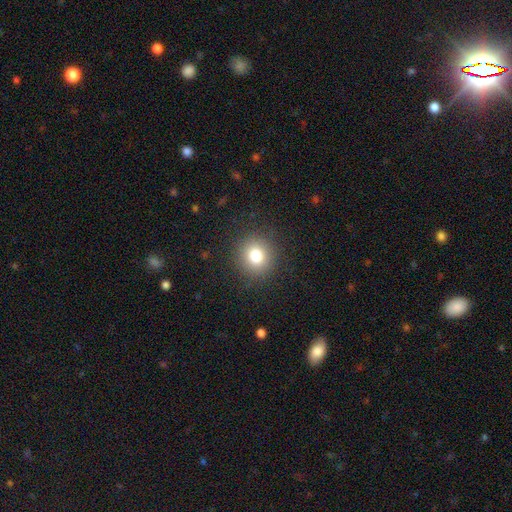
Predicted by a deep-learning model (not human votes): The model was most divided on "smooth or featured": smooth: 79%, star or artifact: 13%, featured or disk: 8%. More confident: merging — none (90%); how rounded — round (90%).